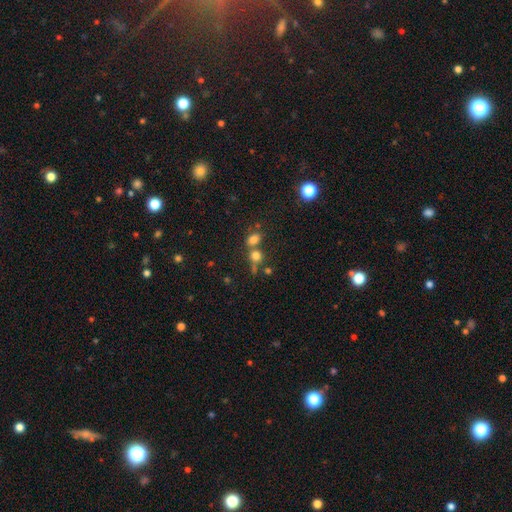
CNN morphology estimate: The model was most divided on "merging": none: 44%, merger: 42%, minor disturbance: 9%, major disturbance: 5%. More confident: smooth or featured — smooth (74%); how rounded — round (67%).